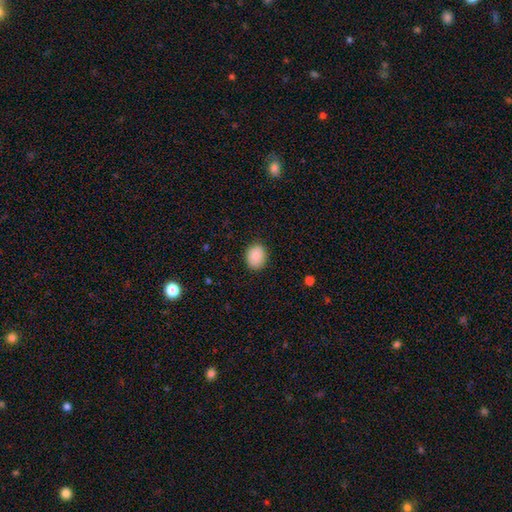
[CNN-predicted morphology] Smooth or featured? smooth (88%)
How rounded? round (51%)
Merging? none (87%)